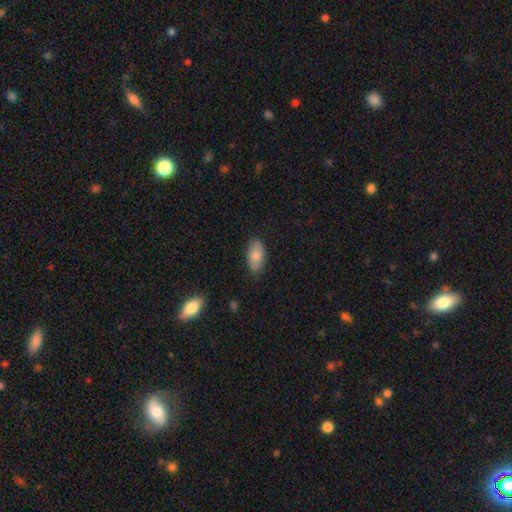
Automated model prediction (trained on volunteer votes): A smooth galaxy with no disk features (77%) that is in between round and cigar-shaped (92%).

Vote fractions:
- Smooth or featured? smooth: 77% / featured or disk: 17% / star or artifact: 7%
- How rounded? in between: 92% / cigar-shaped: 5% / round: 3%
- Merging? none: 83% / minor disturbance: 14% / major disturbance: 2% / merger: 1%